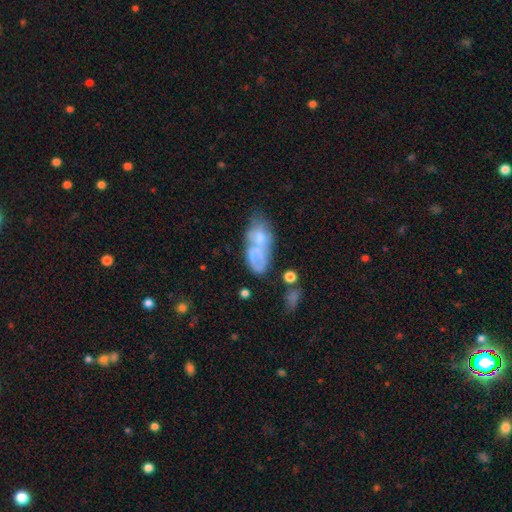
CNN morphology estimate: Smooth or featured: featured or disk — 46% (smooth — 44%)
Merging: merger — 33% (none — 25%)